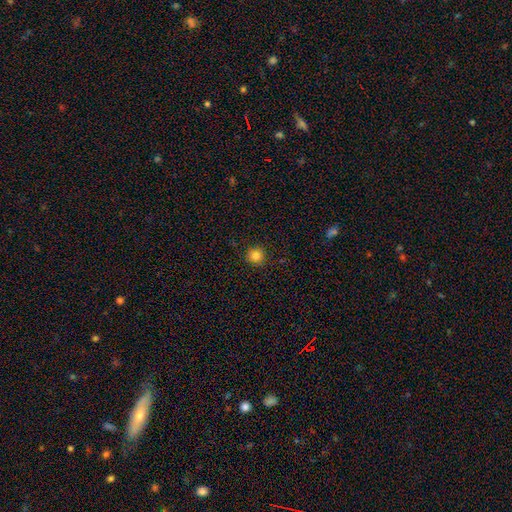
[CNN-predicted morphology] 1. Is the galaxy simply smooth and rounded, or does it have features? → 83% smooth, 12% star or artifact, 5% featured or disk.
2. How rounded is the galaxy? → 95% round, 5% in between, 1% cigar-shaped.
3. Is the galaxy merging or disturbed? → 92% none, 6% minor disturbance, 2% major disturbance, 1% merger.